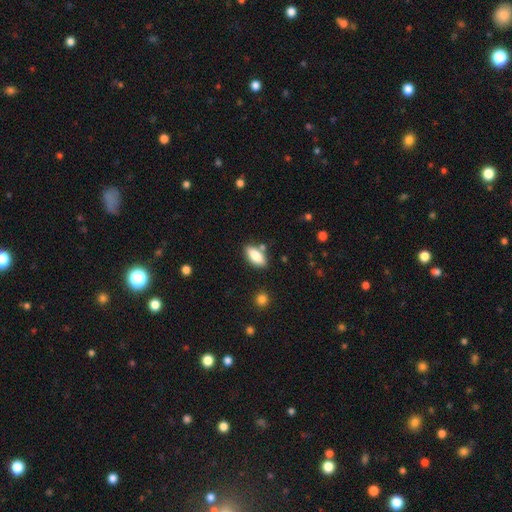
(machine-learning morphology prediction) type=smooth (84%); roundness=in between (84%); merging=none (78%).